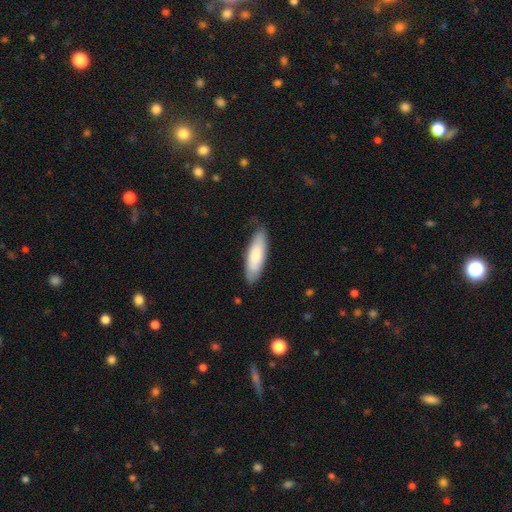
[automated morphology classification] This is clearly a smooth galaxy (80%). How rounded: possibly in between (55%). Merging: likely none (77%).